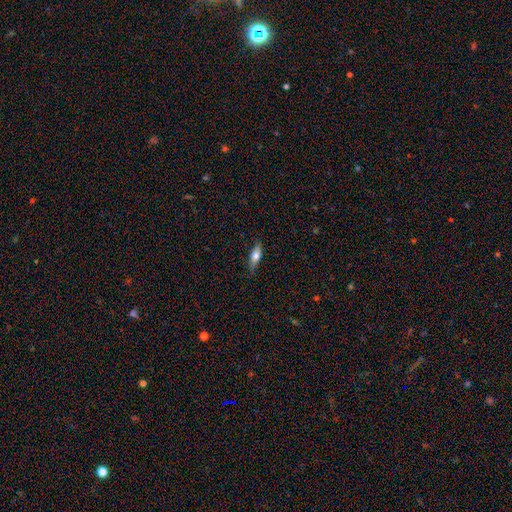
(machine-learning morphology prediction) This is likely a smooth galaxy (64%). How rounded: possibly in between (57%). Merging: likely none (79%).